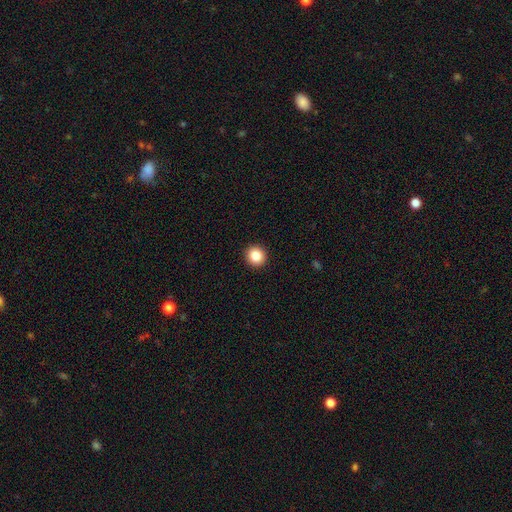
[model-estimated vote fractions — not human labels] Smooth or featured?
  - smooth: 86% *
  - star or artifact: 10%
  - featured or disk: 5%
How rounded?
  - round: 92% *
  - in between: 7%
  - cigar-shaped: 1%
Merging?
  - none: 93% *
  - minor disturbance: 4%
  - major disturbance: 2%
  - merger: 1%